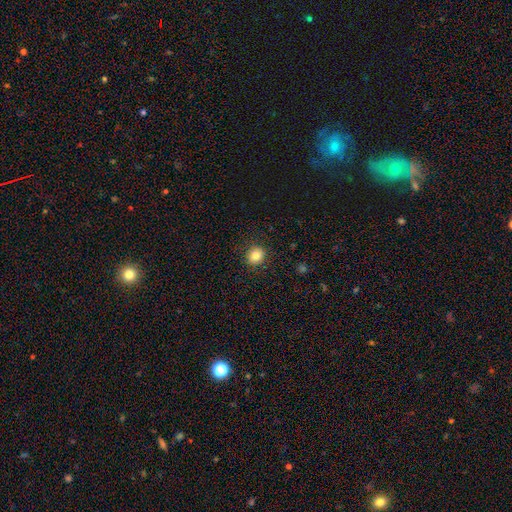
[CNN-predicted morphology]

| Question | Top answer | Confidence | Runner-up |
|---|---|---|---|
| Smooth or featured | smooth | 82% | star or artifact (11%) |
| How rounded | round | 85% | in between (14%) |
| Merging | none | 90% | minor disturbance (7%) |